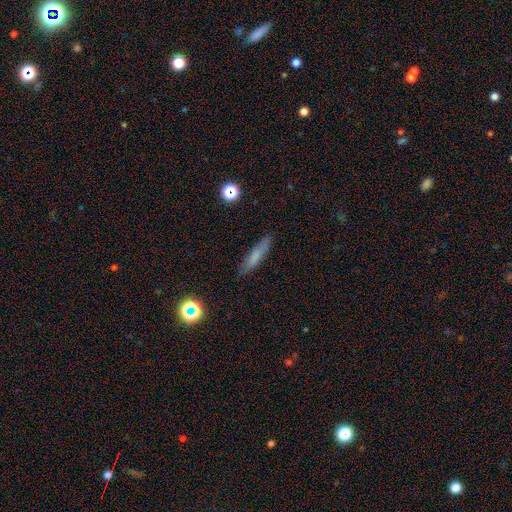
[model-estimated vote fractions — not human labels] A smooth galaxy with no disk features (68%) that is cigar-shaped (84%).

Vote fractions:
- Smooth or featured? smooth: 68% / featured or disk: 22% / star or artifact: 11%
- How rounded? cigar-shaped: 84% / in between: 14% / round: 2%
- Merging? none: 84% / minor disturbance: 11% / major disturbance: 3% / merger: 2%